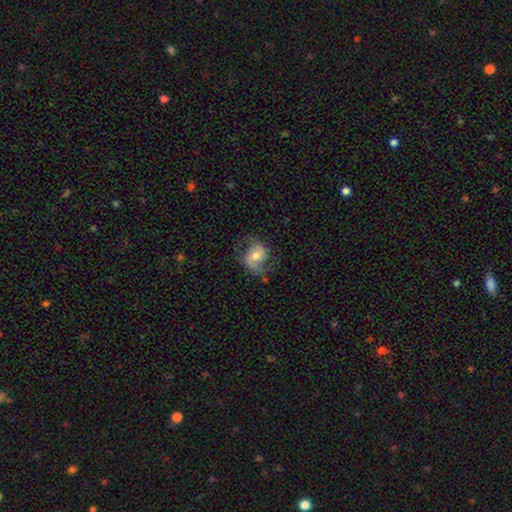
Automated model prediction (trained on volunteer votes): A featured or disk galaxy (71%) with no bar (49%), 2 (85%) medium (46%) spiral arms (91%) and a moderate central bulge (67%).

Vote fractions:
- Smooth or featured? featured or disk: 71% / smooth: 22% / star or artifact: 7%
- Edge-on disk? no: 97% / yes: 3%
- Bar? no: 49% / weak: 39% / strong: 12%
- Spiral arms? yes: 91% / no: 9%
- Spiral winding? medium: 46% / loose: 38% / tight: 16%
- Spiral arm count? 2: 85% / 1: 7% / can't tell: 5% / 3: 1% / 4: 1% / more than 4: 1%
- Bulge size? moderate: 67% / small: 19% / large: 10% / none: 2% / dominant: 1%
- Merging? none: 66% / minor disturbance: 19% / major disturbance: 13% / merger: 1%